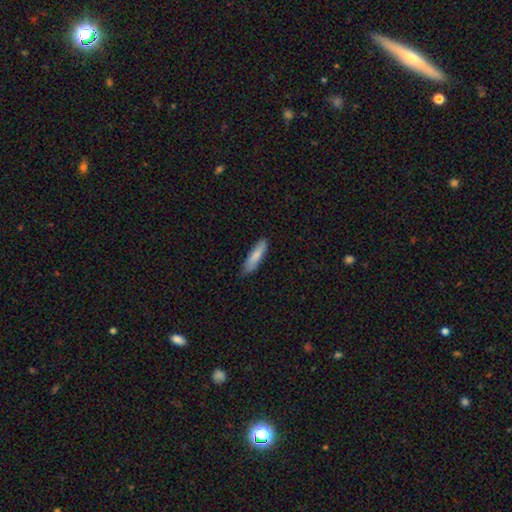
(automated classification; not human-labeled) Smooth or featured? Predicted: smooth (p=0.82). How rounded? Predicted: cigar-shaped (p=0.72). Merging? Predicted: none (p=0.81).